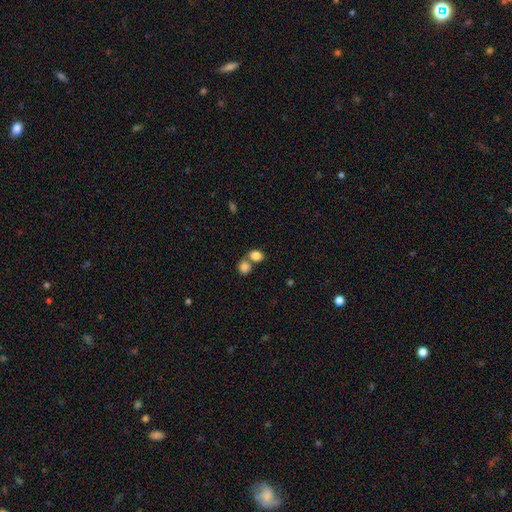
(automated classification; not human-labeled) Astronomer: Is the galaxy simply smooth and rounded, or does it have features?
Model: smooth — 84%.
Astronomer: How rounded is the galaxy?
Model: in between — 56% (runner-up: round, 42%).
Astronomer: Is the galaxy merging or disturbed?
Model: merger — 47% (runner-up: none, 41%).